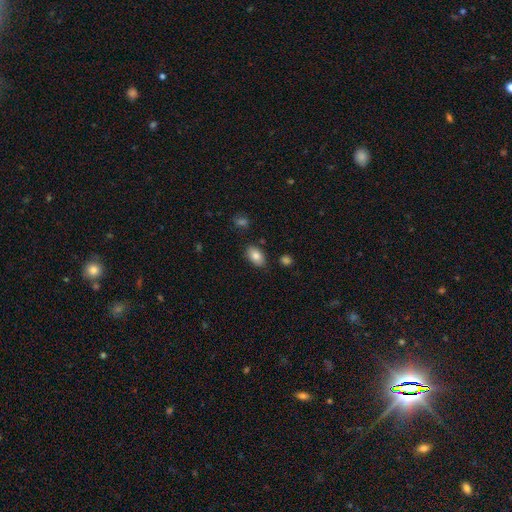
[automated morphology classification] This is clearly a smooth galaxy (84%). How rounded: clearly in between (91%). Merging: clearly none (84%).